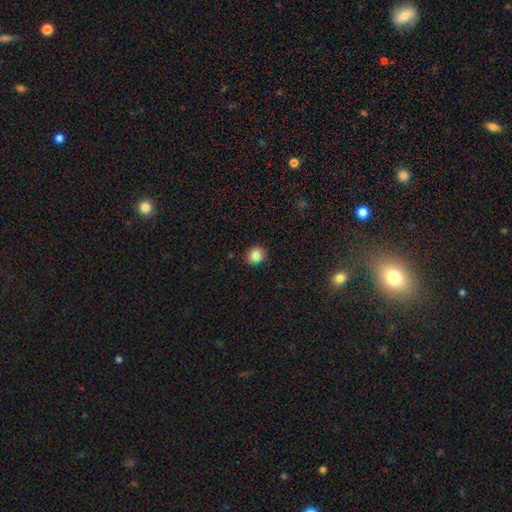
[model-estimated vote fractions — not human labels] A smooth galaxy with no disk features (86%) that is round (79%). Merging: none (84%).